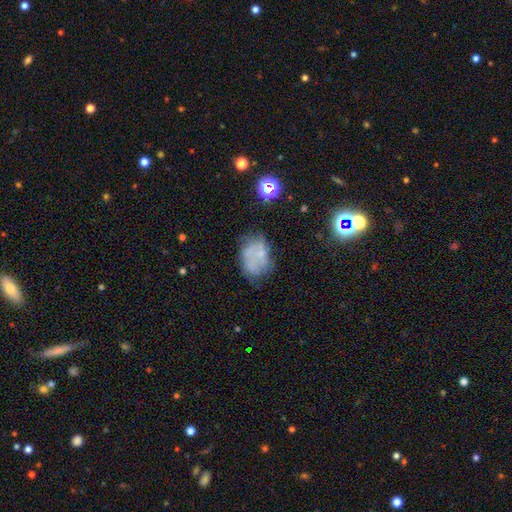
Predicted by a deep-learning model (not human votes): Smooth or featured?
  - featured or disk: 42% *
  - smooth: 41%
  - star or artifact: 17%
Merging?
  - none: 44% *
  - minor disturbance: 27%
  - major disturbance: 20%
  - merger: 9%